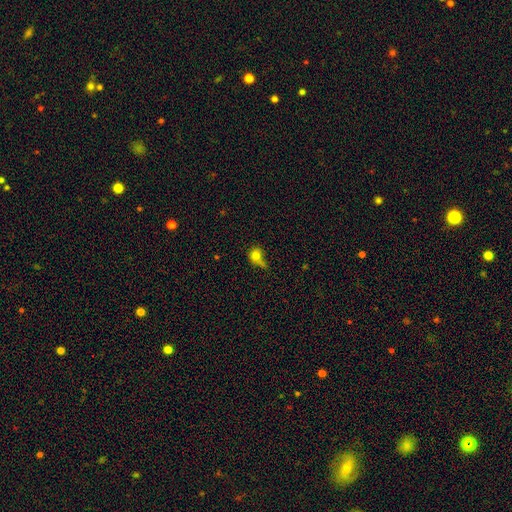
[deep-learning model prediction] smooth 74%, featured or disk 13%, star or artifact 13%. Down the decision tree: how rounded — round (73%); merging — none (36%).